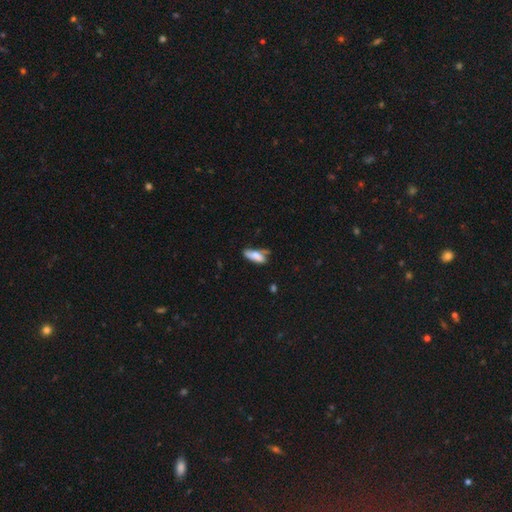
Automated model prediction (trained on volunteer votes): Q: Smooth or featured?
A: smooth (78%); runner-up: featured or disk (14%)
Q: How rounded?
A: in between (67%); runner-up: cigar-shaped (31%)
Q: Merging?
A: none (45%); runner-up: minor disturbance (32%)